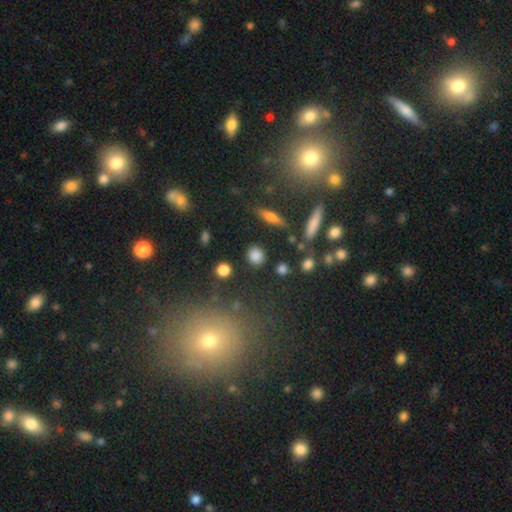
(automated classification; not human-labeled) This is clearly a smooth galaxy (83%). How rounded: likely round (78%). Merging: clearly none (85%).